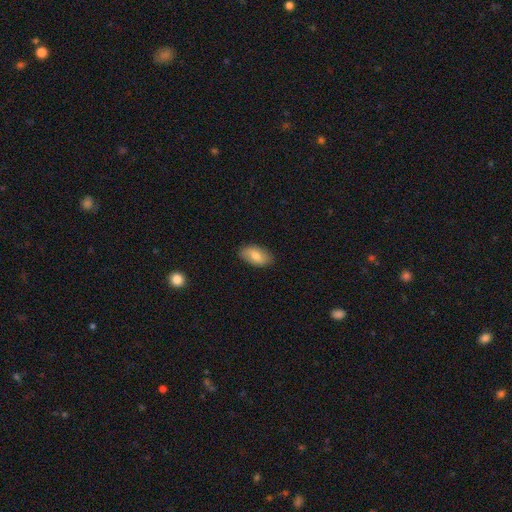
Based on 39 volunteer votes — smooth-or-featured: smooth: 74% | featured or disk: 18% | star or artifact: 8%
  how-rounded: in between: 90% | round: 10% | cigar-shaped: 0%
  merging: none: 81% | minor disturbance: 14% | major disturbance: 6% | merger: 0%